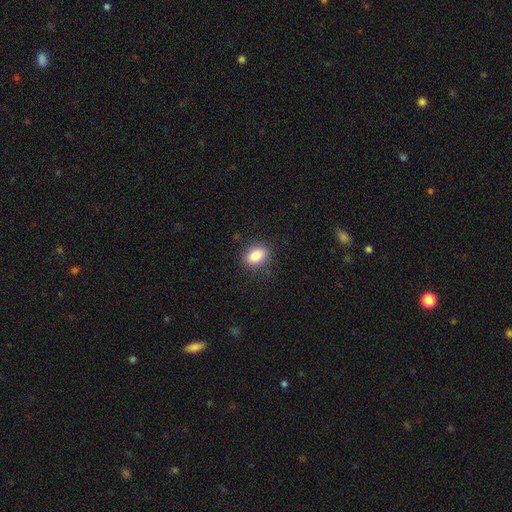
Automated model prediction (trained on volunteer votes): A smooth galaxy with no disk features (86%) that is in between round and cigar-shaped (71%).

Vote fractions:
- Smooth or featured? smooth: 86% / star or artifact: 9% / featured or disk: 5%
- How rounded? in between: 71% / round: 28% / cigar-shaped: 1%
- Merging? none: 86% / minor disturbance: 10% / major disturbance: 3% / merger: 1%